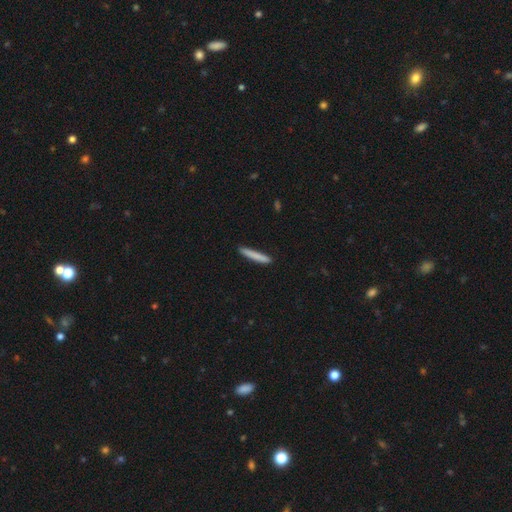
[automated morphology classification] type=smooth (82%); roundness=cigar-shaped (95%); merging=none (90%).